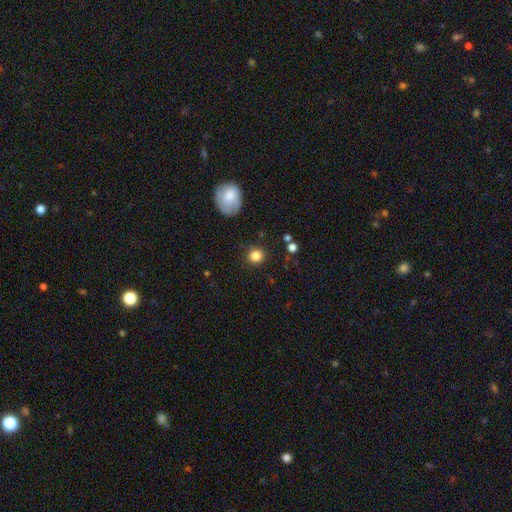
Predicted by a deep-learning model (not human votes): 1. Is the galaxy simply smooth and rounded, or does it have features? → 84% smooth, 11% star or artifact, 5% featured or disk.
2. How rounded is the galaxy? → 90% round, 9% in between, 1% cigar-shaped.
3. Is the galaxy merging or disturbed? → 88% none, 8% minor disturbance, 3% major disturbance, 2% merger.